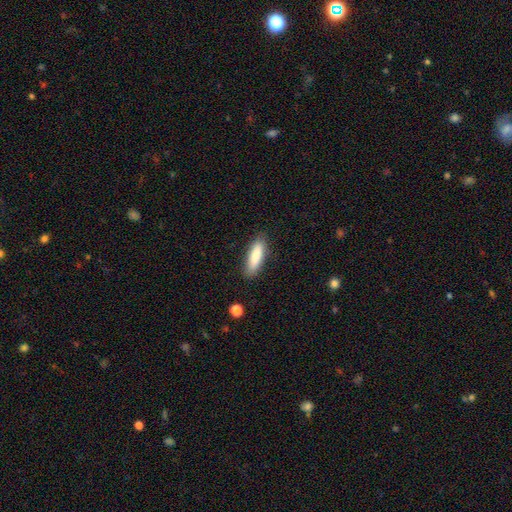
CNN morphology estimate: smooth 84%, featured or disk 10%, star or artifact 6%. Down the decision tree: how rounded — cigar-shaped (52%); merging — none (86%).